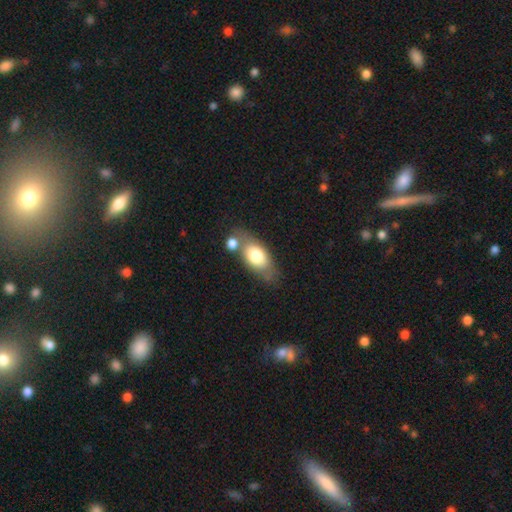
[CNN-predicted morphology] smooth-or-featured: smooth: 70% | featured or disk: 23% | star or artifact: 7%
  how-rounded: in between: 83% | round: 9% | cigar-shaped: 8%
  merging: none: 51% | merger: 27% | minor disturbance: 16% | major disturbance: 6%